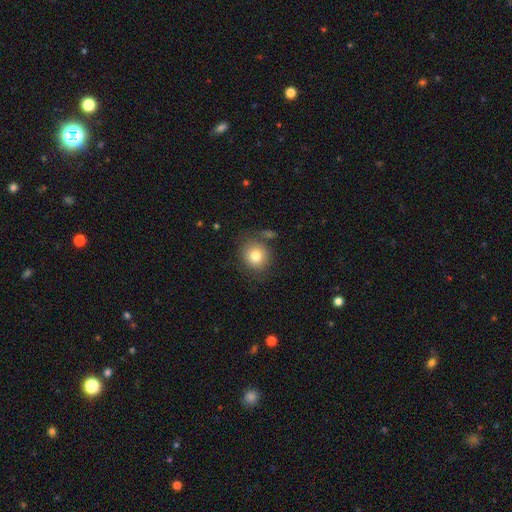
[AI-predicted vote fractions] A smooth galaxy with no disk features (79%) that is round (84%).

Vote fractions:
- Smooth or featured? smooth: 79% / featured or disk: 11% / star or artifact: 10%
- How rounded? round: 84% / in between: 15% / cigar-shaped: 1%
- Merging? none: 75% / minor disturbance: 14% / merger: 6% / major disturbance: 5%